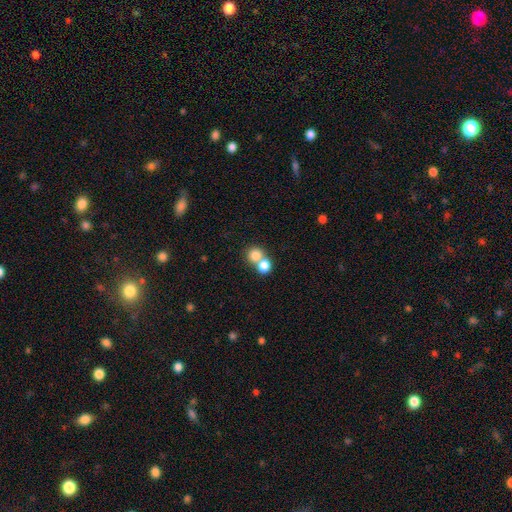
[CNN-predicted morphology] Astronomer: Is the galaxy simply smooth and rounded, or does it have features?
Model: smooth — 79%.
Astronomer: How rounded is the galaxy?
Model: round — 83%.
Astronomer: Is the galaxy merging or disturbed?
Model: merger — 54% (runner-up: none, 38%).